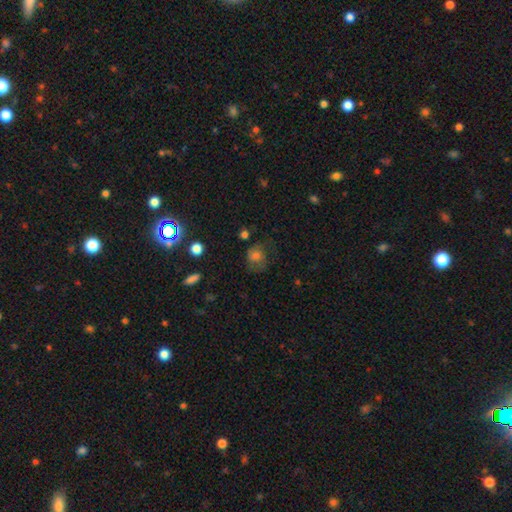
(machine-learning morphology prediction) Smooth or featured? Predicted: smooth (p=0.67). How rounded? Predicted: round (p=0.64). Merging? Predicted: none (p=0.53).